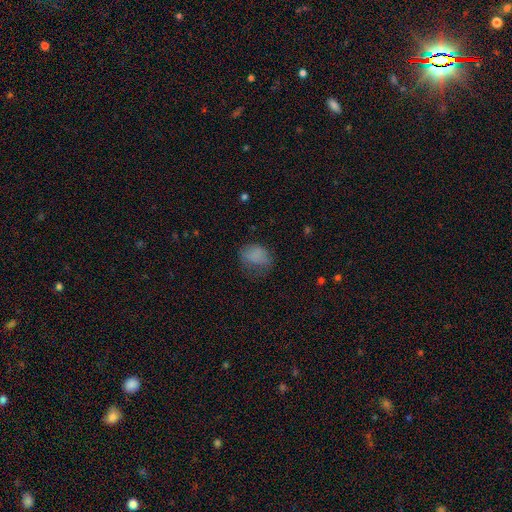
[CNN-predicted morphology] This appears to be a smooth galaxy with no disk features (79%) that is in between round and cigar-shaped (64%). Merging: none (46%).